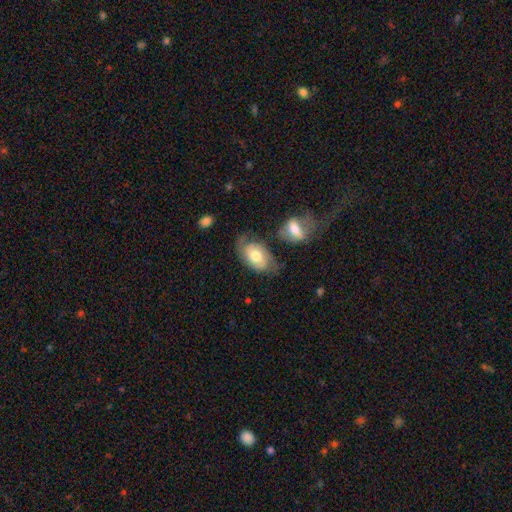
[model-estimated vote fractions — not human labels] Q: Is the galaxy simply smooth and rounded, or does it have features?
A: featured or disk — 61%.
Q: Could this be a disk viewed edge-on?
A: no — 95%.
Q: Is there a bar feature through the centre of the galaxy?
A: no — 71%.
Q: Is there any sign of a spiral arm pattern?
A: yes — 85%.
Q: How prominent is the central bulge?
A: moderate — 68%.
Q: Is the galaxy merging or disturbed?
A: none — 56%.